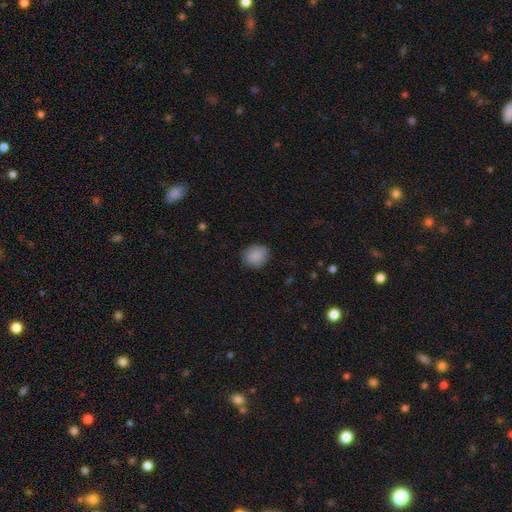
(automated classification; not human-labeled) Smooth or featured? smooth (88%)
How rounded? round (67%)
Merging? none (84%)